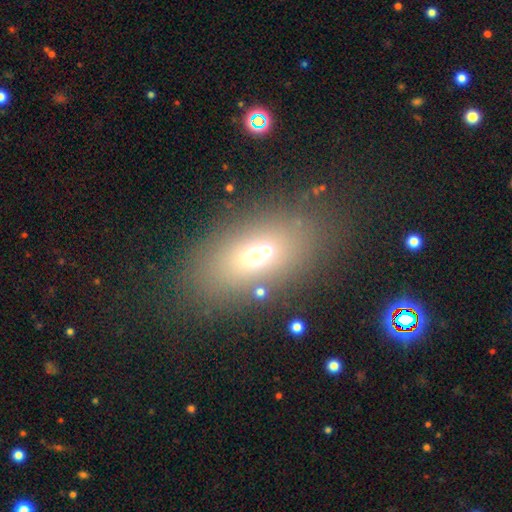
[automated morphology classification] Smooth or featured: smooth — 58% (featured or disk — 22%)
How rounded: in between — 77% (round — 18%)
Merging: none — 63% (merger — 19%)